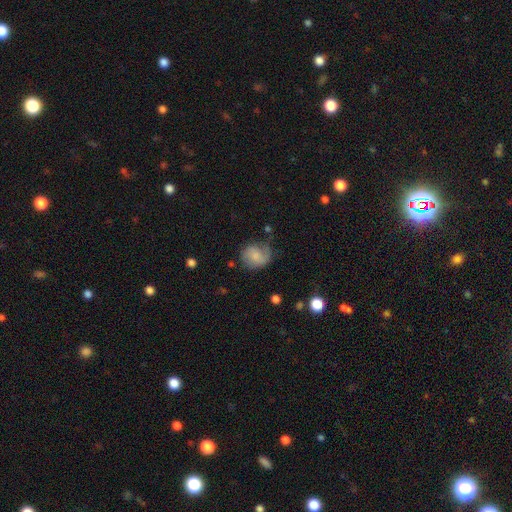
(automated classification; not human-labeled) This appears to be a smooth galaxy with no disk features (56%) that is round (73%). Merging: none (57%).